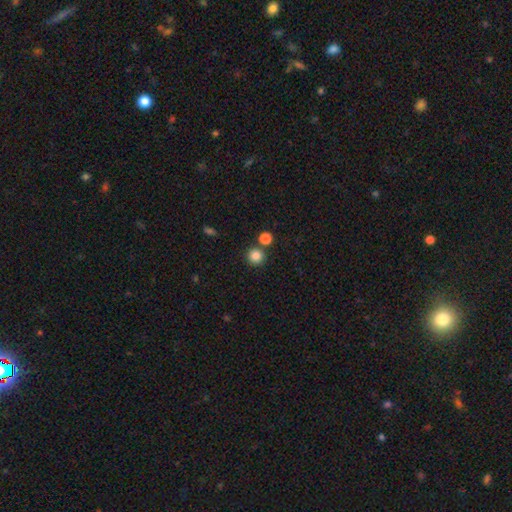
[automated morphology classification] Smooth or featured?
  - smooth: 84% *
  - star or artifact: 12%
  - featured or disk: 4%
How rounded?
  - round: 94% *
  - in between: 5%
  - cigar-shaped: 1%
Merging?
  - none: 80% *
  - merger: 11%
  - minor disturbance: 7%
  - major disturbance: 2%